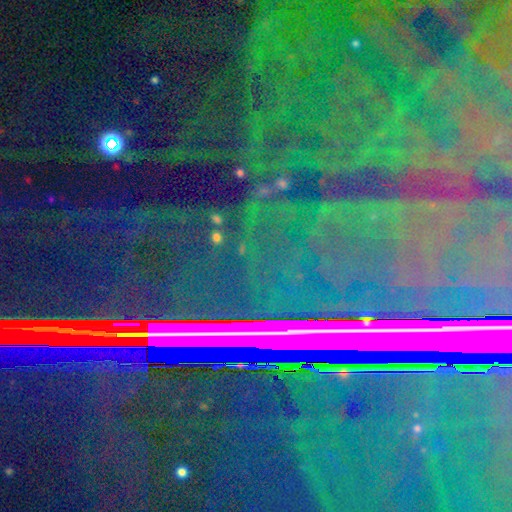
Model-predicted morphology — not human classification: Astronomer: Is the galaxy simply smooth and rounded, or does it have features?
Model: star or artifact — 84%.